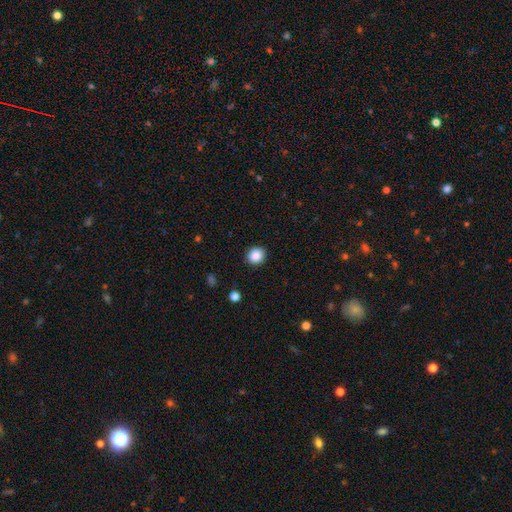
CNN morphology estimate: This appears to be a smooth galaxy with no disk features (87%) that is round (86%). Merging: none (91%).